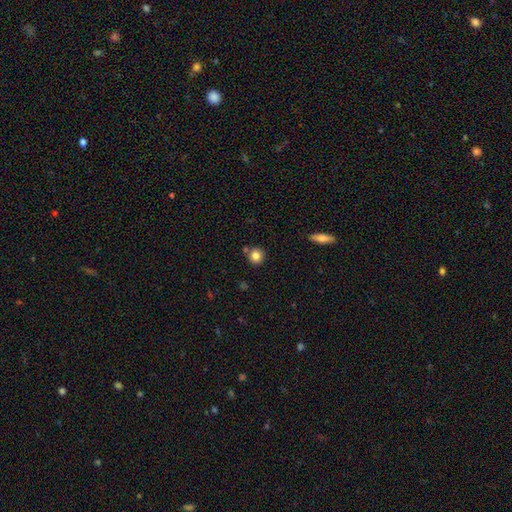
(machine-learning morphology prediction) smooth 83%, star or artifact 11%, featured or disk 7%. Down the decision tree: how rounded — round (93%); merging — none (81%).